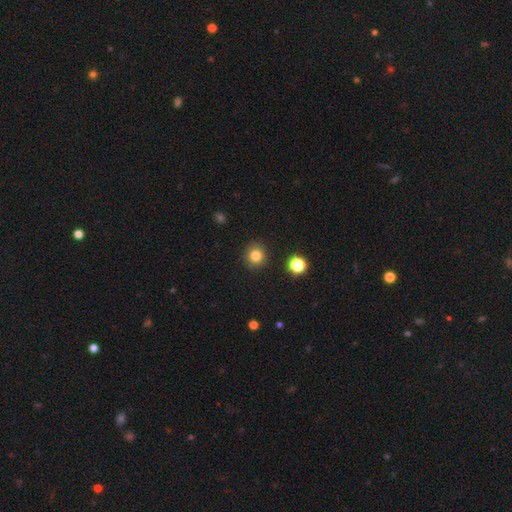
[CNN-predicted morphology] smooth_or_featured: smooth (p=0.81) [alt: star or artifact p=0.12]
how_rounded: round (p=0.92) [alt: in between p=0.07]
merging: none (p=0.90) [alt: minor disturbance p=0.06]